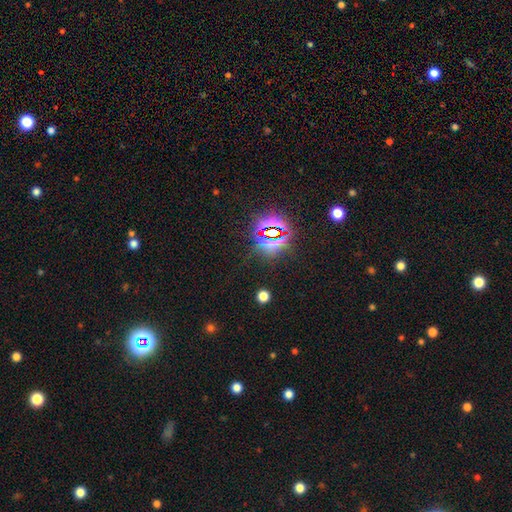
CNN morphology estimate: Smooth or featured?
  - star or artifact: 81% *
  - smooth: 12%
  - featured or disk: 7%